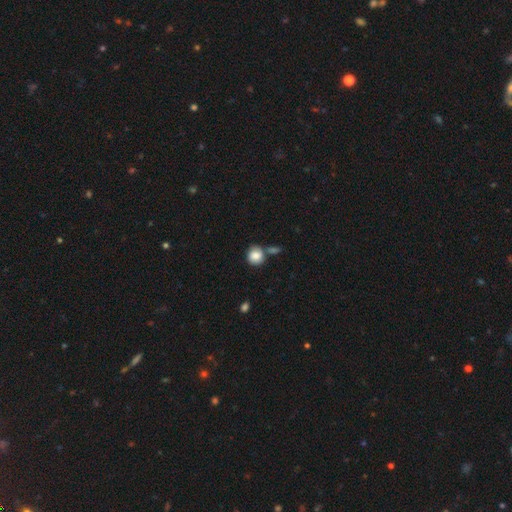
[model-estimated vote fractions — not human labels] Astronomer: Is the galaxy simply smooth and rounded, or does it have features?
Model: smooth — 85%.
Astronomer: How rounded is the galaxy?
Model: round — 84%.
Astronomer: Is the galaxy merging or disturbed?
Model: none — 59%.